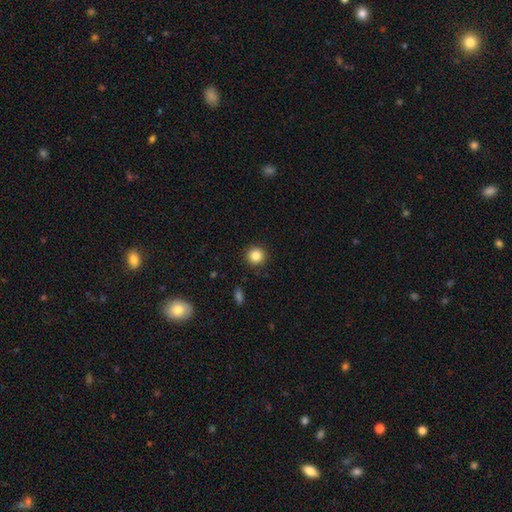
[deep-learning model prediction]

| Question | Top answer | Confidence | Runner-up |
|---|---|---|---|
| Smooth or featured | smooth | 85% | star or artifact (10%) |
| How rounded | round | 93% | in between (6%) |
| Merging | none | 91% | minor disturbance (6%) |